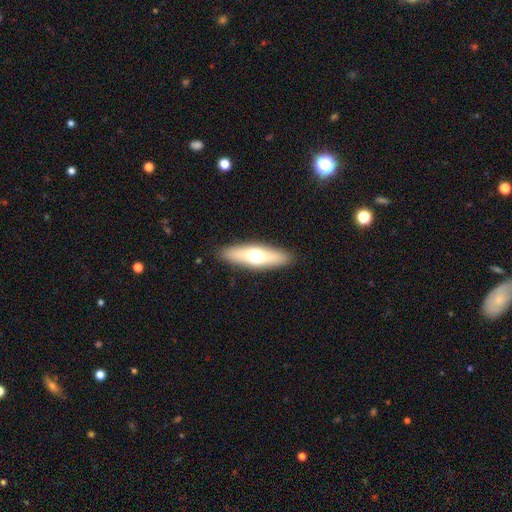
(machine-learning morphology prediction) smooth_or_featured: smooth (p=0.54) [alt: featured or disk p=0.39]
how_rounded: cigar-shaped (p=0.59) [alt: in between p=0.39]
merging: none (p=0.89) [alt: minor disturbance p=0.08]